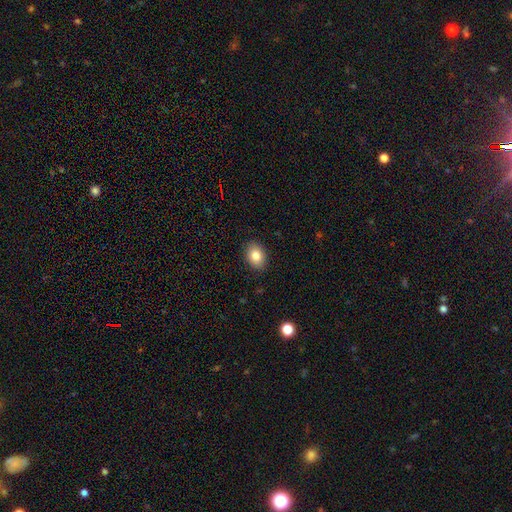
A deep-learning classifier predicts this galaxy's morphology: Smooth or featured? Predicted: smooth (p=0.83). How rounded? Predicted: in between (p=0.74). Merging? Predicted: none (p=0.89).